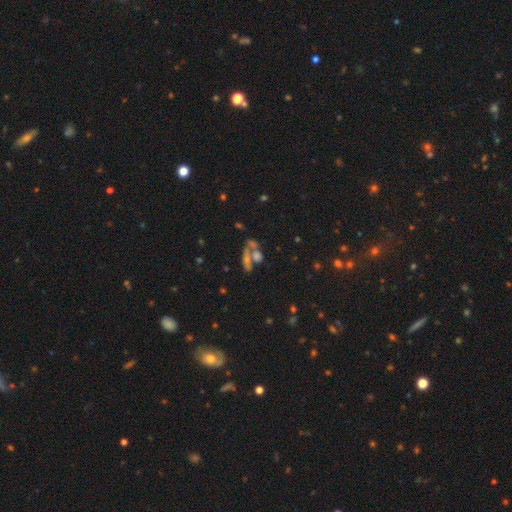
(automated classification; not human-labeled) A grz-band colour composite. It shows a smooth galaxy with no disk features (45%). Merging: merger (46%).